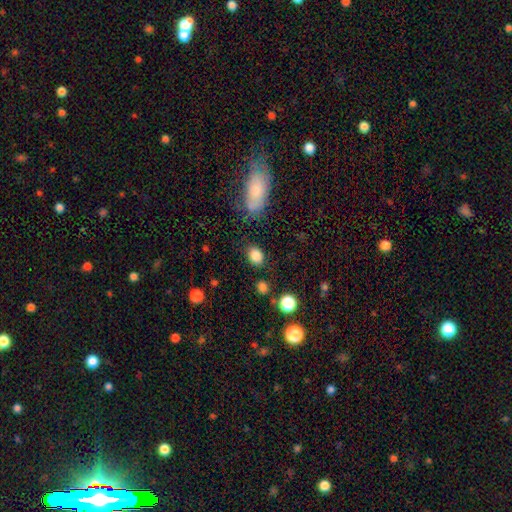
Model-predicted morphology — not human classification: Smooth or featured? Predicted: smooth (p=0.85). How rounded? Predicted: in between (p=0.60). Merging? Predicted: none (p=0.82).